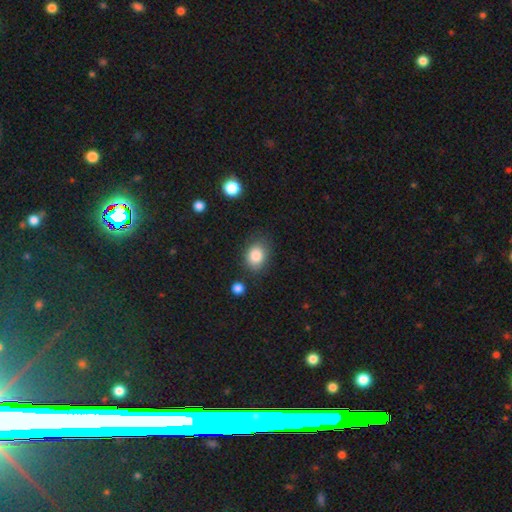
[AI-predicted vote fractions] Morphology: type=smooth (85%); roundness=in between (61%); merging=none (76%).